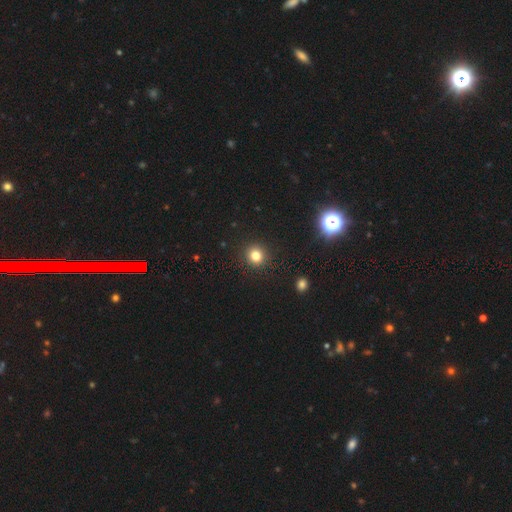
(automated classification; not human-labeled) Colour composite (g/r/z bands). It shows a smooth galaxy with no disk features (80%) that is round (90%). Merging: none (92%).